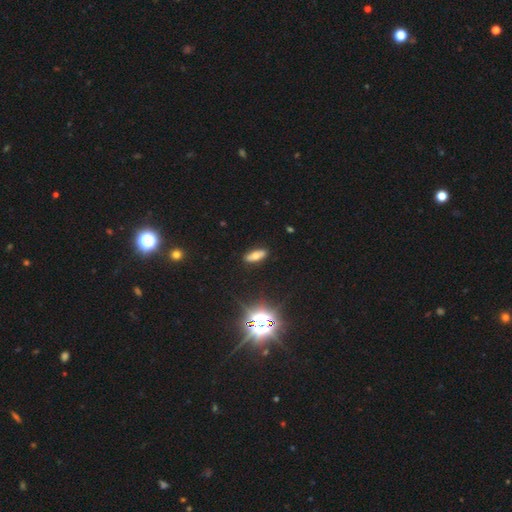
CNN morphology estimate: A smooth galaxy with no disk features (58%) that is in between round and cigar-shaped (73%). Merging: none (87%).